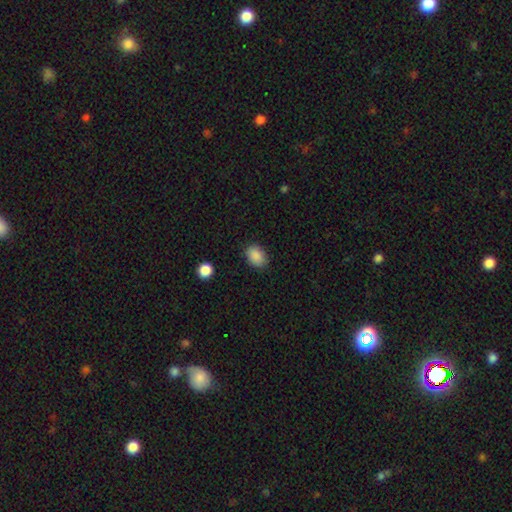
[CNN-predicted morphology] Overall: smooth (88%). How rounded: in between (70%). Merging: none (84%).